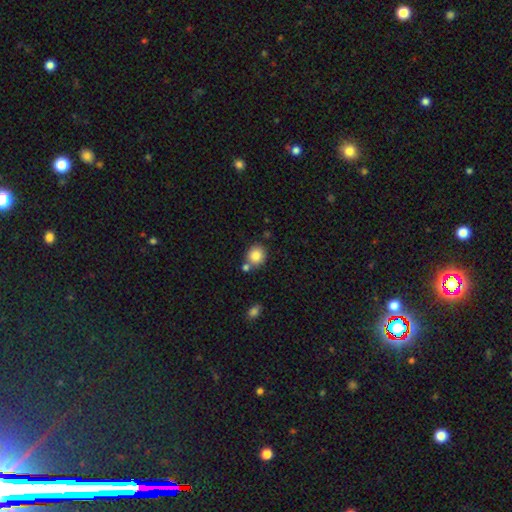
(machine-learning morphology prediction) Smooth or featured? smooth (83%)
How rounded? round (80%)
Merging? none (67%)